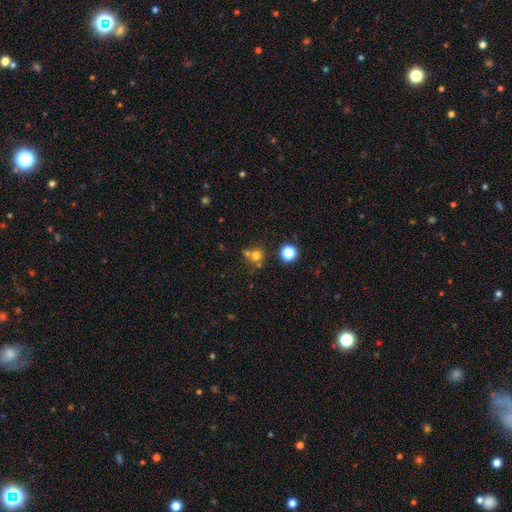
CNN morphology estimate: This is likely a smooth galaxy (68%). How rounded: clearly round (89%). Merging: possibly none (56%).